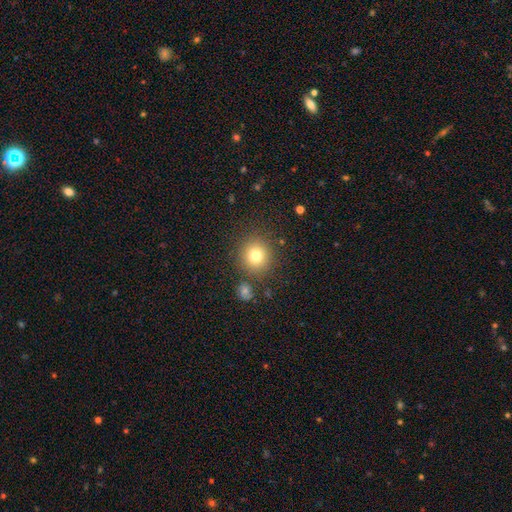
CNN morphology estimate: Smooth or featured? smooth (78%)
How rounded? round (91%)
Merging? none (84%)